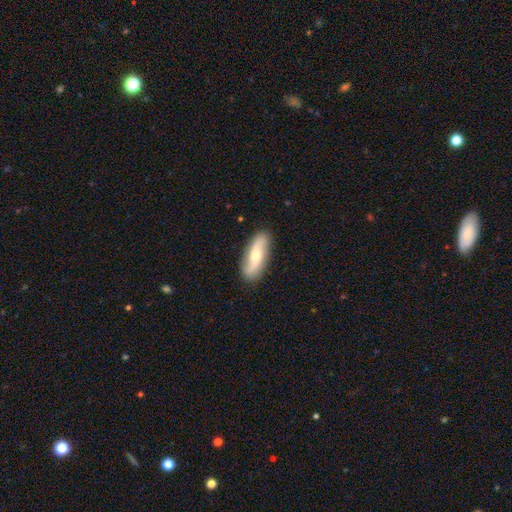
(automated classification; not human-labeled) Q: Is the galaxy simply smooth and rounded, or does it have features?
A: featured or disk — 61%.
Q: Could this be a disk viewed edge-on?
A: no — 86%.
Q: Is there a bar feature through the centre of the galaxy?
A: no — 56%.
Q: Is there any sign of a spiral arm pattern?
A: yes — 91%.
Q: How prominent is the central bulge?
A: moderate — 55%.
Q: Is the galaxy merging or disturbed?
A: none — 85%.